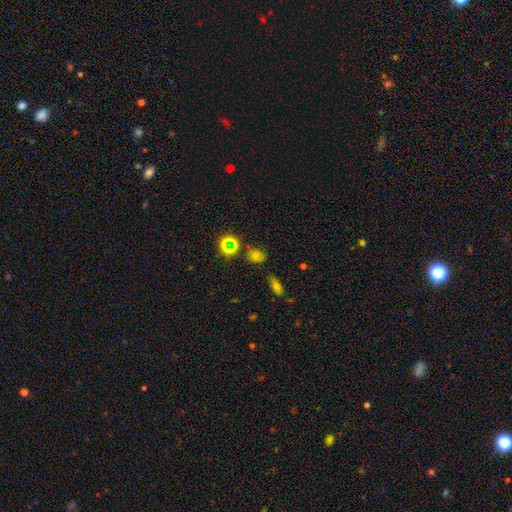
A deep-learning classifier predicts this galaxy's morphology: smooth-or-featured: star or artifact: 49% | smooth: 38% | featured or disk: 13%